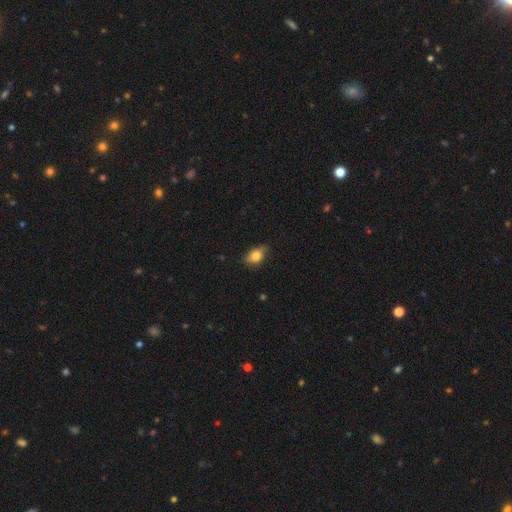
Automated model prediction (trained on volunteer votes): Morphology: type=smooth (79%); roundness=in between (76%); merging=none (67%).